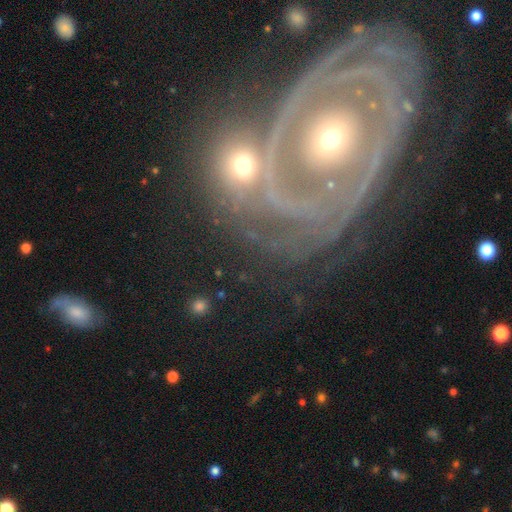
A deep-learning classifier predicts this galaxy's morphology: featured or disk 81%, smooth 10%, star or artifact 9%. Down the decision tree: edge-on disk — no (96%); bar — no (77%); spiral arms — yes (82%); spiral arm count — can't tell (30%, tied with 2); spiral winding — tight (74%); bulge size — small (53%); merging — none (57%).